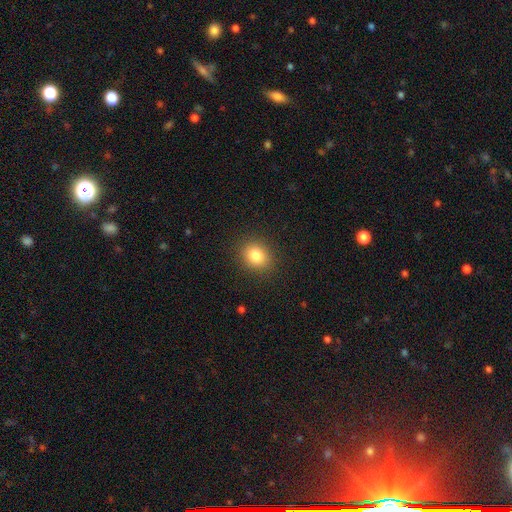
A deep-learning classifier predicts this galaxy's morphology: This is clearly a smooth galaxy (82%). How rounded: likely round (62%). Merging: clearly none (89%).